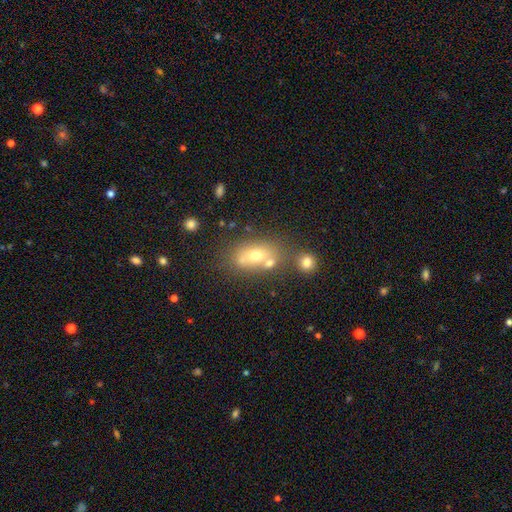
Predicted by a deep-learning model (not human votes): smooth 60%, featured or disk 27%, star or artifact 13%. Down the decision tree: how rounded — in between (75%); merging — none (47%).